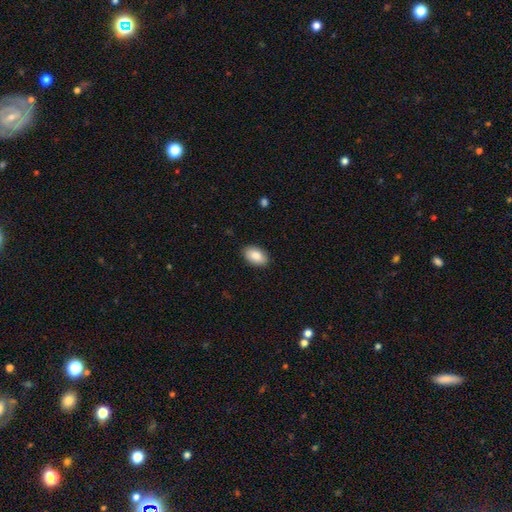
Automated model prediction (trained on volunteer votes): This is clearly a smooth galaxy (88%). How rounded: clearly in between (93%). Merging: clearly none (88%).